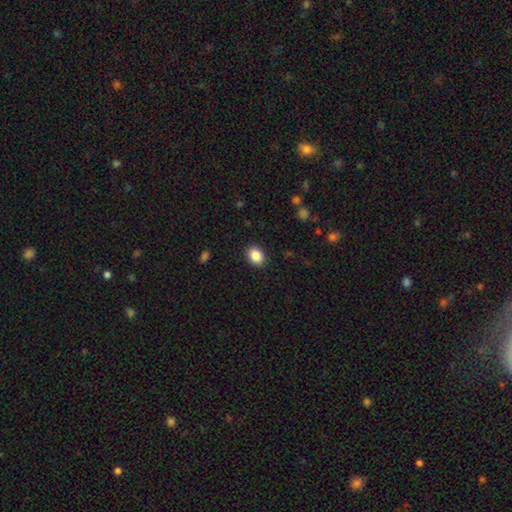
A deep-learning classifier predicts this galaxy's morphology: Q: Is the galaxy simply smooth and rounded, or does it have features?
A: smooth — 88%.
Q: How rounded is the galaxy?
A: in between — 65%.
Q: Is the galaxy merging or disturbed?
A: none — 90%.